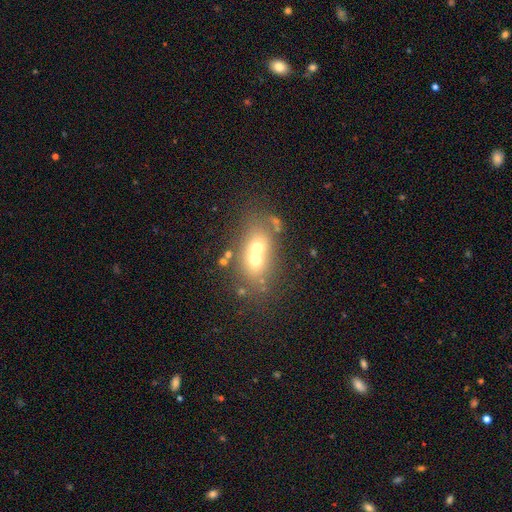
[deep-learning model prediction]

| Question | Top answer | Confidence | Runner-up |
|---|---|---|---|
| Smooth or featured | smooth | 56% | featured or disk (30%) |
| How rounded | in between | 55% | round (43%) |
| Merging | merger | 62% | none (27%) |